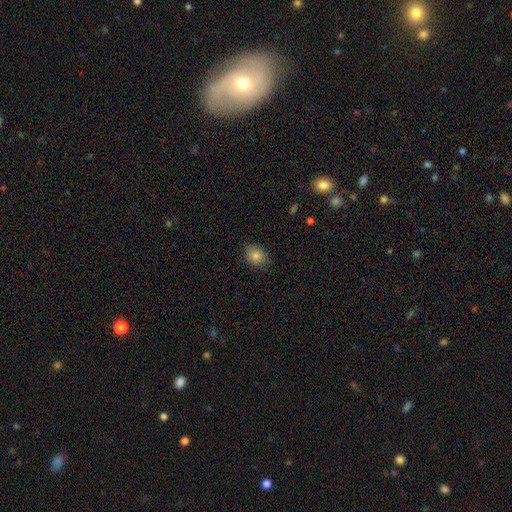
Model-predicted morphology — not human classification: Smooth or featured? smooth (83%)
How rounded? in between (63%)
Merging? none (81%)